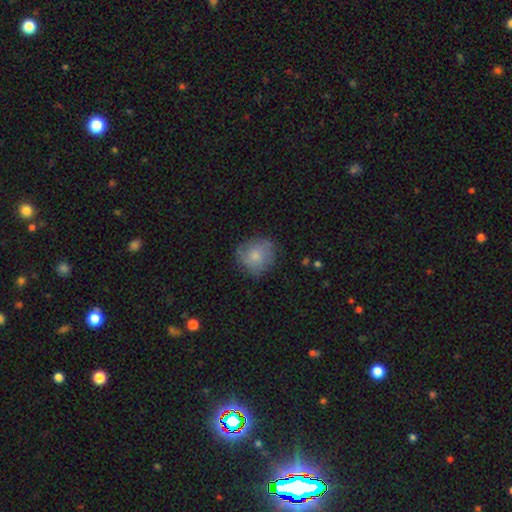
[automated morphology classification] This is likely a smooth galaxy (67%). How rounded: clearly round (84%). Merging: likely none (72%).